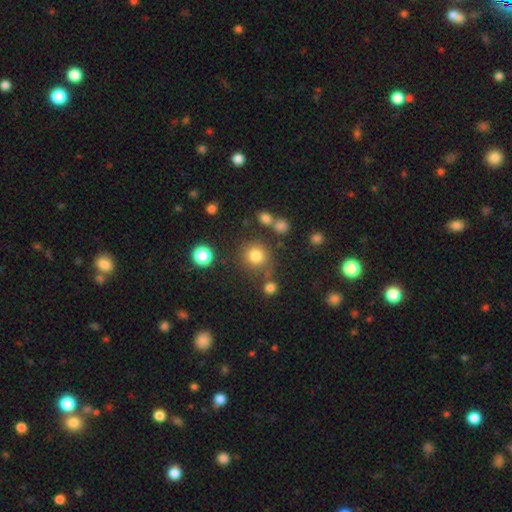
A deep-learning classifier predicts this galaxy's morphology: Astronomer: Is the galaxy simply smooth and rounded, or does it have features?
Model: smooth — 79%.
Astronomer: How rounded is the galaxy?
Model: round — 90%.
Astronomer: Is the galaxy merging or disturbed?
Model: none — 75%.